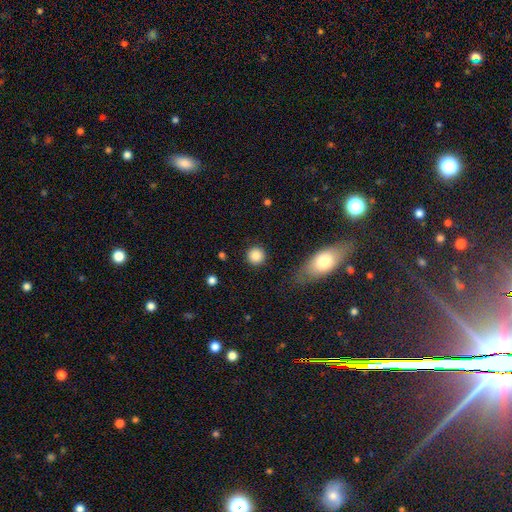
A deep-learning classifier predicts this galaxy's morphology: Smooth or featured? Predicted: smooth (p=0.87). How rounded? Predicted: round (p=0.94). Merging? Predicted: none (p=0.89).